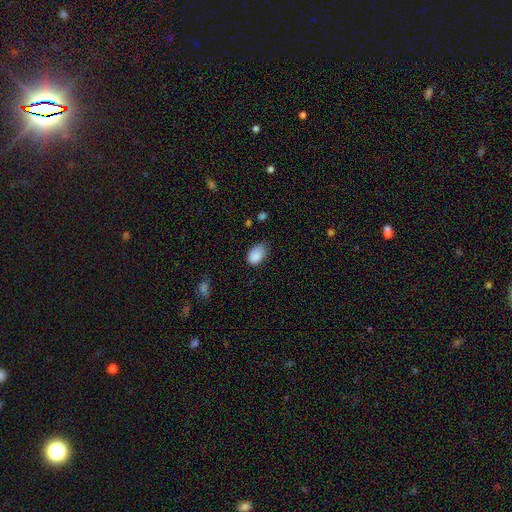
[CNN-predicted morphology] Smooth or featured? smooth (88%)
How rounded? in between (89%)
Merging? none (59%)